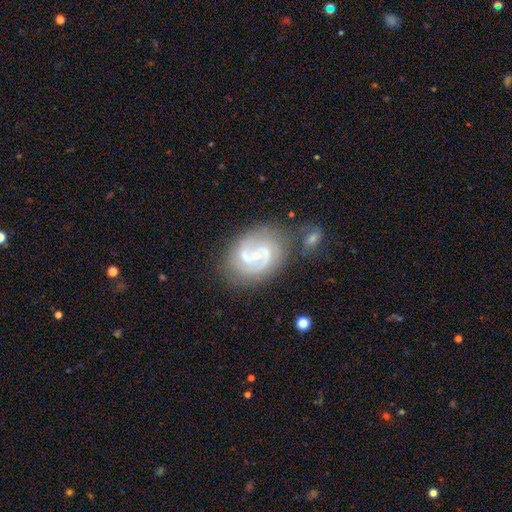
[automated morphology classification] A featured or disk galaxy (85%) with no bar (45%), 2 (80%) medium (51%) spiral arms (96%) and a small central bulge (67%).

Vote fractions:
- Smooth or featured? featured or disk: 85% / smooth: 9% / star or artifact: 6%
- Edge-on disk? no: 98% / yes: 2%
- Bar? no: 45% / weak: 44% / strong: 11%
- Spiral arms? yes: 96% / no: 4%
- Spiral winding? medium: 51% / tight: 33% / loose: 16%
- Spiral arm count? 2: 80% / can't tell: 7% / 3: 6% / 1: 3% / 4: 2% / more than 4: 2%
- Bulge size? small: 67% / moderate: 26% / none: 5% / large: 2% / dominant: 1%
- Merging? none: 62% / minor disturbance: 18% / merger: 13% / major disturbance: 8%